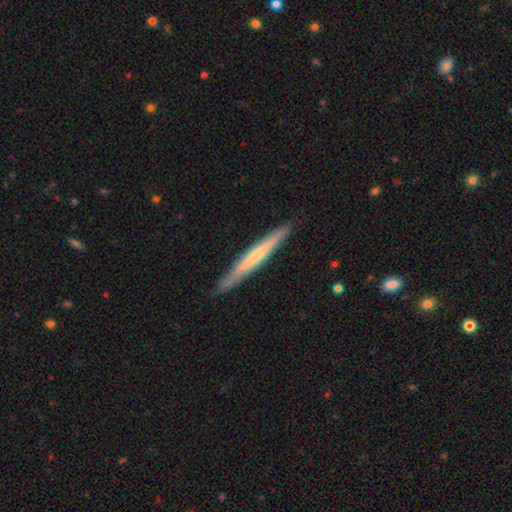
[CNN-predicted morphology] Smooth or featured? Predicted: featured or disk (p=0.49). Merging? Predicted: none (p=0.90).